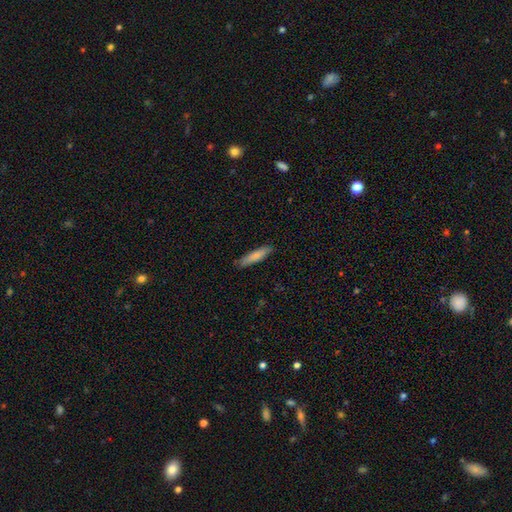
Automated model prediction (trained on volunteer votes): The model was most divided on "smooth or featured": smooth: 78%, featured or disk: 16%, star or artifact: 6%. More confident: merging — none (85%); how rounded — cigar-shaped (82%).